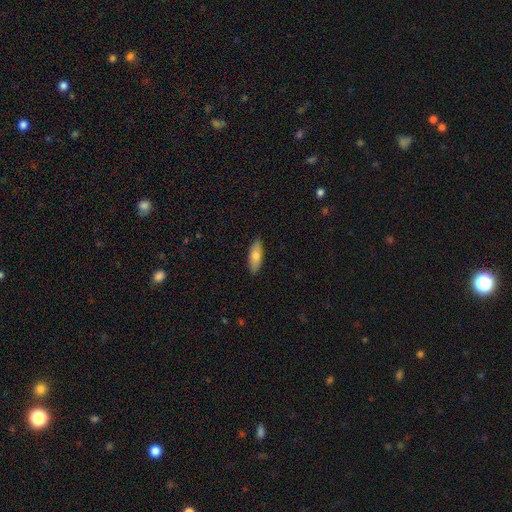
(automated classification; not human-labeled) A smooth galaxy with no disk features (79%) that is in between round and cigar-shaped (65%). Merging: none (84%).